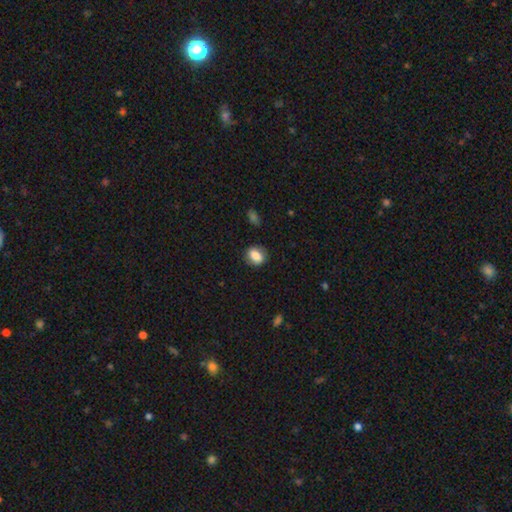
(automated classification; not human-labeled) smooth_or_featured: smooth (p=0.81) [alt: featured or disk p=0.11]
how_rounded: in between (p=0.54) [alt: round p=0.44]
merging: none (p=0.82) [alt: minor disturbance p=0.13]